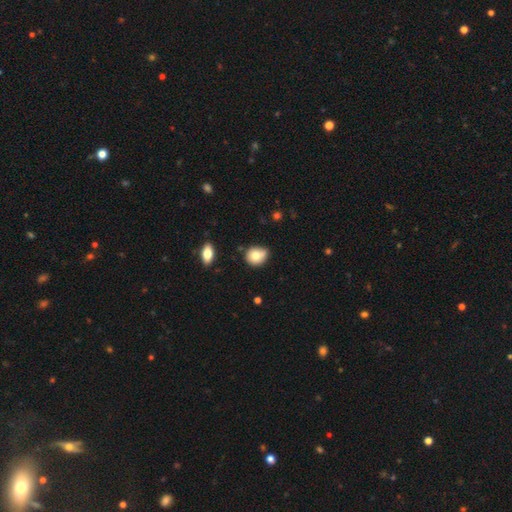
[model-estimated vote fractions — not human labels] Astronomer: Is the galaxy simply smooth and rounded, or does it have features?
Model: smooth — 76%.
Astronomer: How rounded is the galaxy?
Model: round — 67%.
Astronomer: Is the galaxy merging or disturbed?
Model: none — 61%.